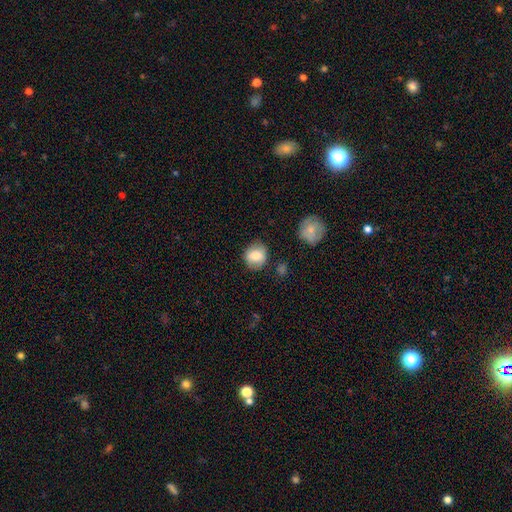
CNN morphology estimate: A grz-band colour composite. It shows a smooth galaxy with no disk features (75%) that is round (79%). Merging: none (79%).